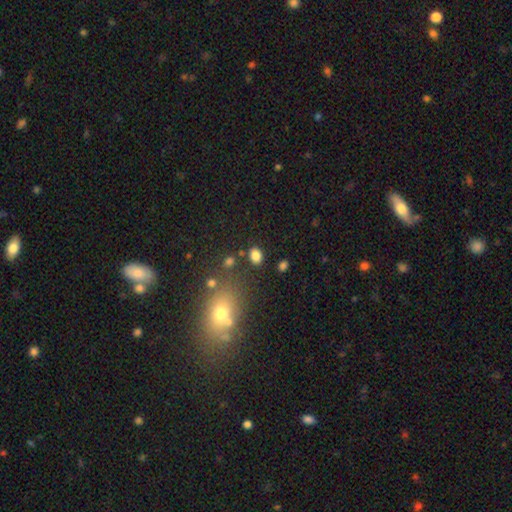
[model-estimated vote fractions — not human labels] This is clearly a smooth galaxy (82%). How rounded: likely in between (68%). Merging: clearly none (81%).